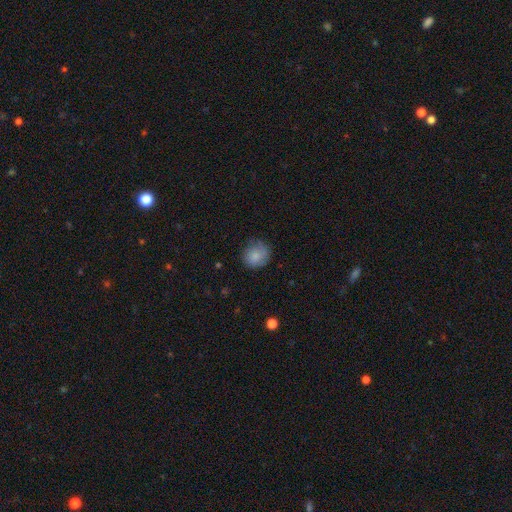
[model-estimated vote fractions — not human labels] This appears to be a smooth galaxy with no disk features (82%) that is round (82%). Merging: none (73%).